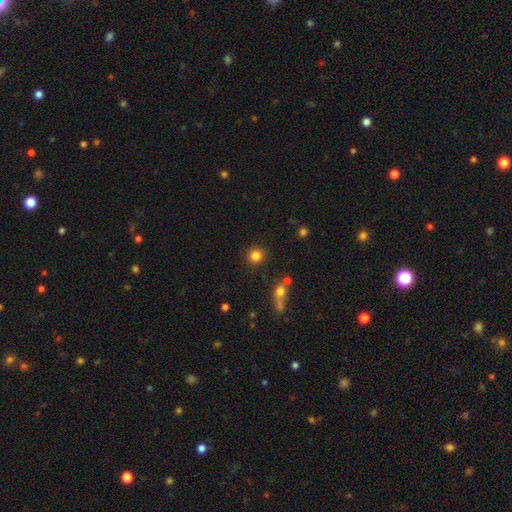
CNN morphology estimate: Q: Smooth or featured?
A: smooth (82%); runner-up: star or artifact (12%)
Q: How rounded?
A: round (90%); runner-up: in between (8%)
Q: Merging?
A: none (85%); runner-up: minor disturbance (7%)